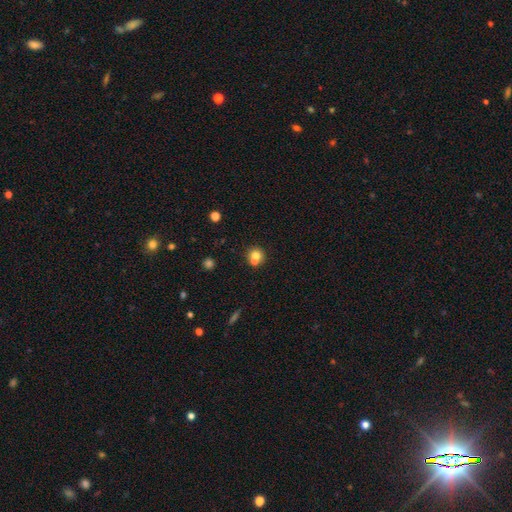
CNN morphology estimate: Overall: smooth (72%). How rounded: round (88%). Merging: none (49%; merger 41%).